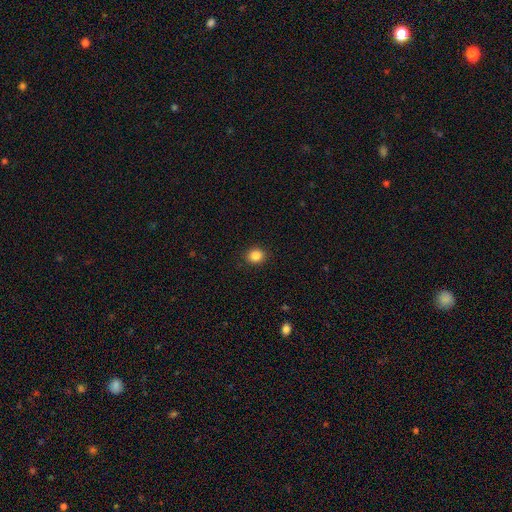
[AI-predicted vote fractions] Morphology: type=smooth (86%); roundness=round (80%); merging=none (90%).